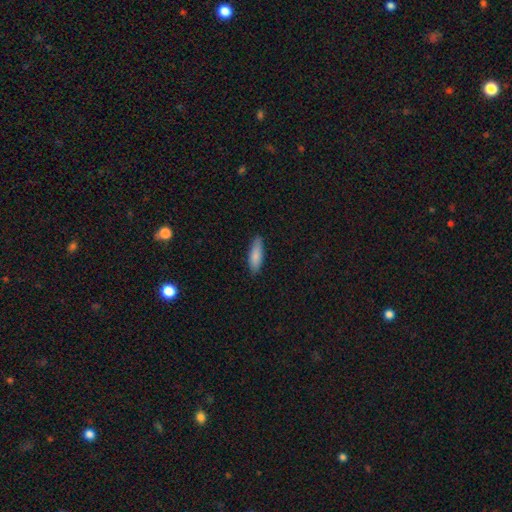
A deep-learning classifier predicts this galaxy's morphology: Smooth or featured?
  - smooth: 86% *
  - featured or disk: 8%
  - star or artifact: 6%
How rounded?
  - cigar-shaped: 50% *
  - in between: 48%
  - round: 2%
Merging?
  - none: 86% *
  - minor disturbance: 11%
  - major disturbance: 2%
  - merger: 1%